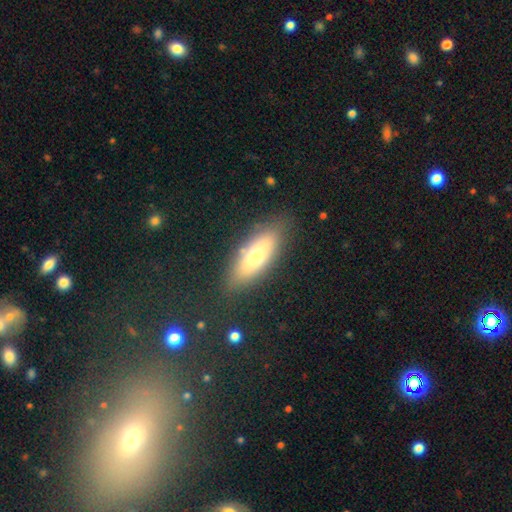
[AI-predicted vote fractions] This is likely a smooth galaxy (66%). How rounded: likely in between (64%). Merging: clearly none (81%).